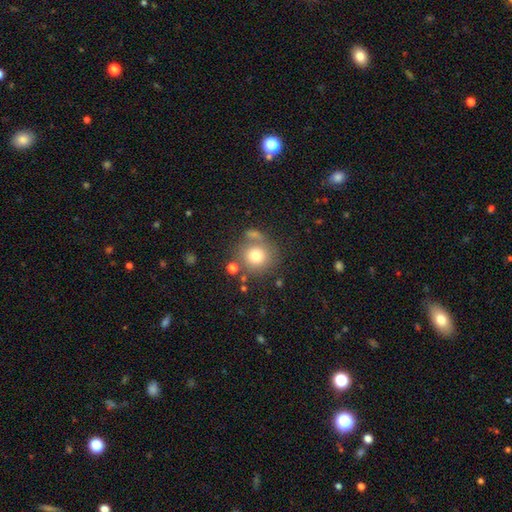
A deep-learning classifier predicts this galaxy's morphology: Q: Smooth or featured?
A: smooth (75%); runner-up: featured or disk (13%)
Q: How rounded?
A: round (90%); runner-up: in between (9%)
Q: Merging?
A: none (66%); runner-up: merger (15%)